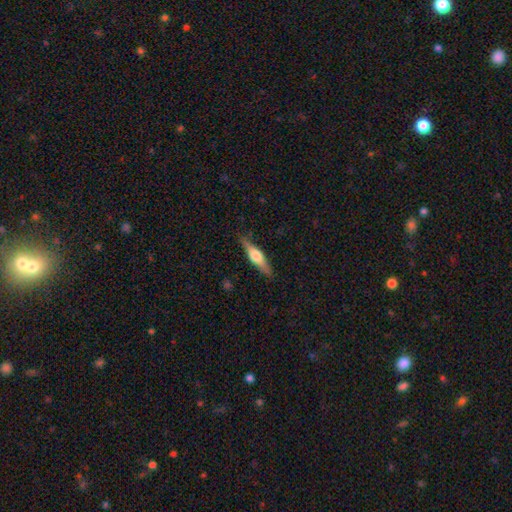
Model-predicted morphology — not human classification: Smooth or featured? featured or disk (57%)
Edge-on disk? yes (96%)
Edge-on bulge? rounded (90%)
Merging? none (87%)